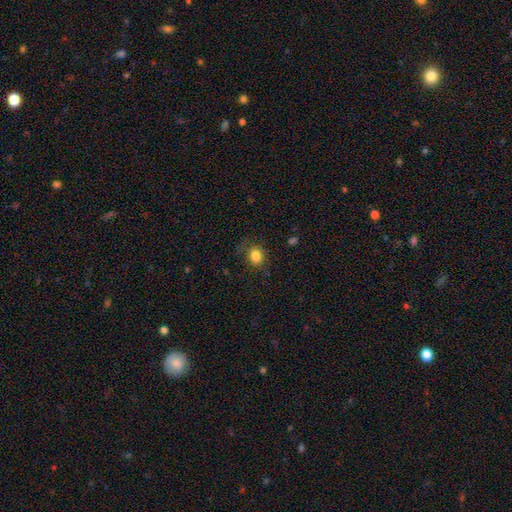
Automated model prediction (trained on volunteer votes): This appears to be a smooth galaxy with no disk features (83%) that is round (58%). Merging: none (76%).